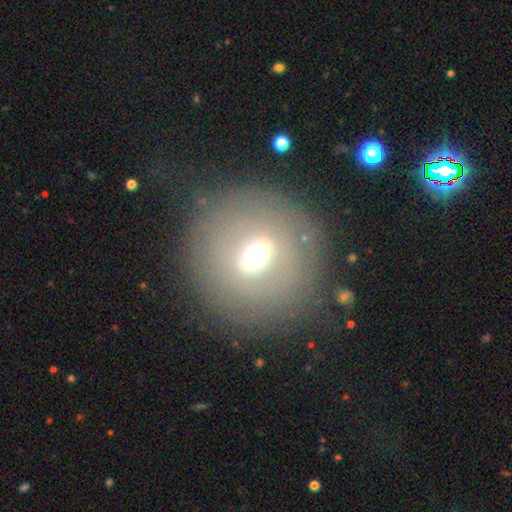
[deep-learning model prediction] The model was most divided on "smooth or featured": featured or disk: 43%, smooth: 42%, star or artifact: 14%. More confident: merging — none (83%).